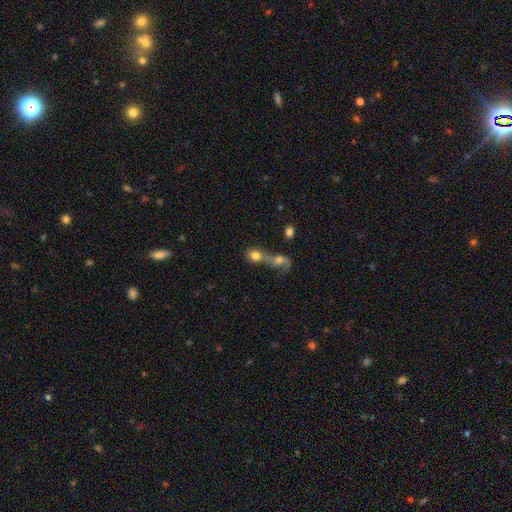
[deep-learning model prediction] smooth-or-featured: smooth: 75% | featured or disk: 15% | star or artifact: 10%
  how-rounded: in between: 49% | round: 47% | cigar-shaped: 3%
  merging: merger: 75% | none: 14% | major disturbance: 6% | minor disturbance: 5%